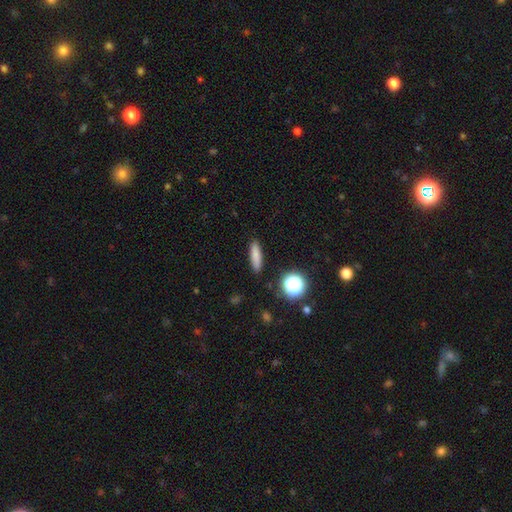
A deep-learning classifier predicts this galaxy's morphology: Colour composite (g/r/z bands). It shows a smooth galaxy with no disk features (80%) that is cigar-shaped (72%). Merging: none (89%).